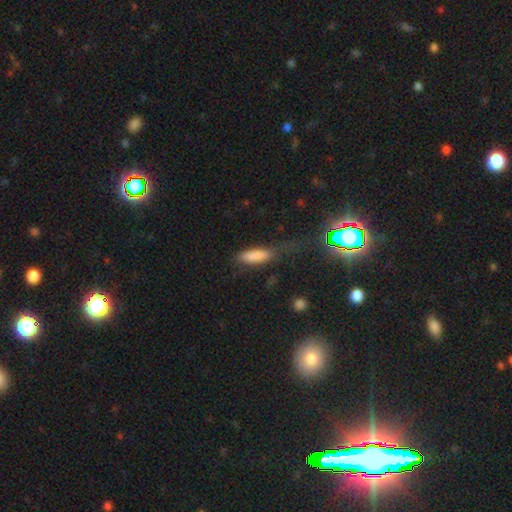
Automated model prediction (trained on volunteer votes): smooth 82%, featured or disk 9%, star or artifact 8%. Down the decision tree: how rounded — in between (51%); merging — none (56%).